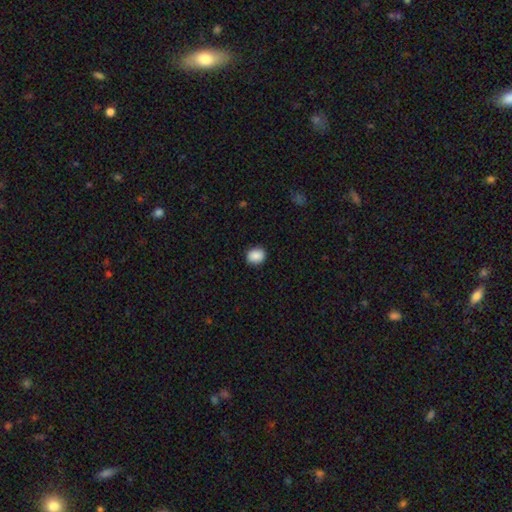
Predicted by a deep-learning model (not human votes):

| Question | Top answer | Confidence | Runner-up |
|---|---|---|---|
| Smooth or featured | smooth | 89% | star or artifact (8%) |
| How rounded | round | 61% | in between (38%) |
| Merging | none | 88% | minor disturbance (8%) |